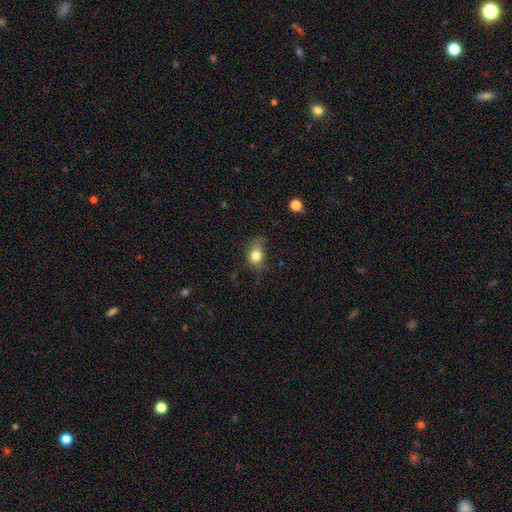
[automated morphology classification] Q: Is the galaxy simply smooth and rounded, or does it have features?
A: smooth — 80%.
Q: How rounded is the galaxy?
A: in between — 50%.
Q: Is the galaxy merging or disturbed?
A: none — 49%.